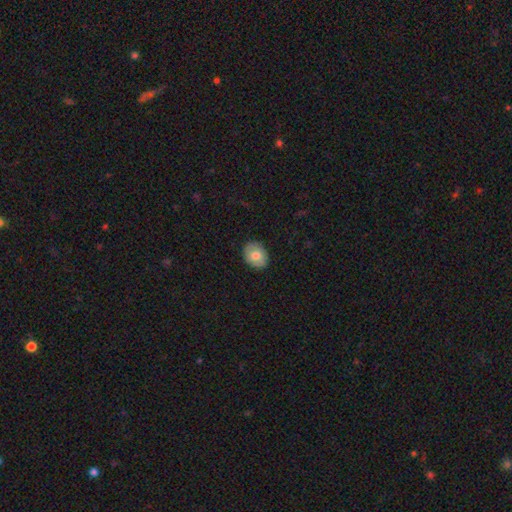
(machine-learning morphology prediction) Smooth or featured? smooth (73%)
How rounded? in between (55%)
Merging? none (87%)